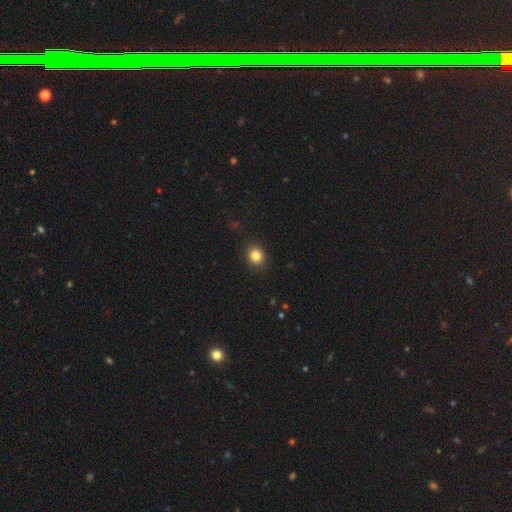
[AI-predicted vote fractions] Smooth or featured: smooth — 85% (star or artifact — 11%)
How rounded: round — 75% (in between — 24%)
Merging: none — 90% (minor disturbance — 7%)